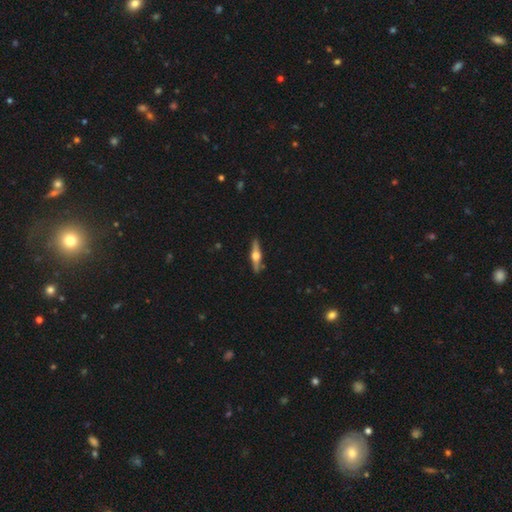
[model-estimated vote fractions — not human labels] A featured or disk galaxy (74%) viewed edge-on (97%) with a rounded central bulge (95%). Merging: none (89%).